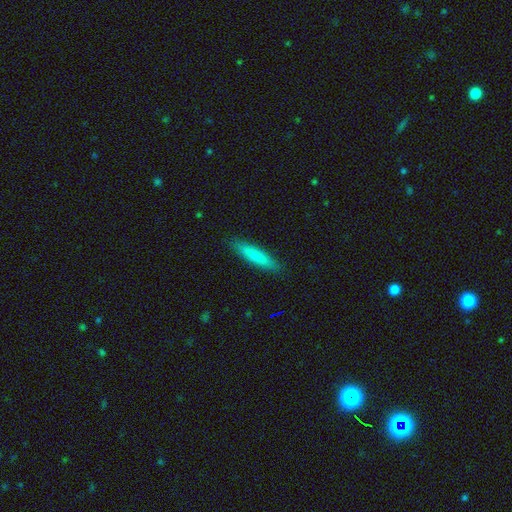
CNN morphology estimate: smooth 79%, featured or disk 15%, star or artifact 6%. Down the decision tree: how rounded — cigar-shaped (88%); merging — none (90%).